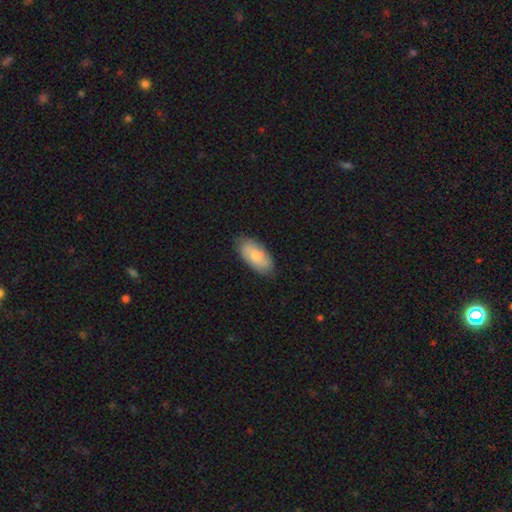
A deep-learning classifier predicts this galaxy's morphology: Smooth or featured?
  - smooth: 71% *
  - featured or disk: 23%
  - star or artifact: 6%
How rounded?
  - in between: 92% *
  - cigar-shaped: 6%
  - round: 3%
Merging?
  - none: 78% *
  - minor disturbance: 18%
  - major disturbance: 3%
  - merger: 1%